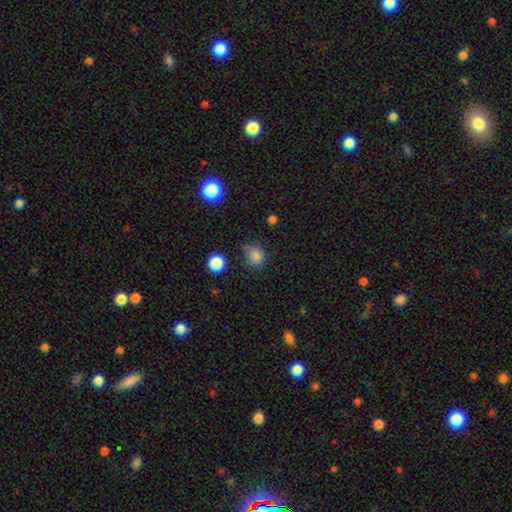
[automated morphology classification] Smooth or featured?
  - smooth: 81% *
  - star or artifact: 14%
  - featured or disk: 5%
How rounded?
  - round: 59% *
  - in between: 40%
  - cigar-shaped: 1%
Merging?
  - none: 65% *
  - minor disturbance: 25%
  - major disturbance: 7%
  - merger: 3%